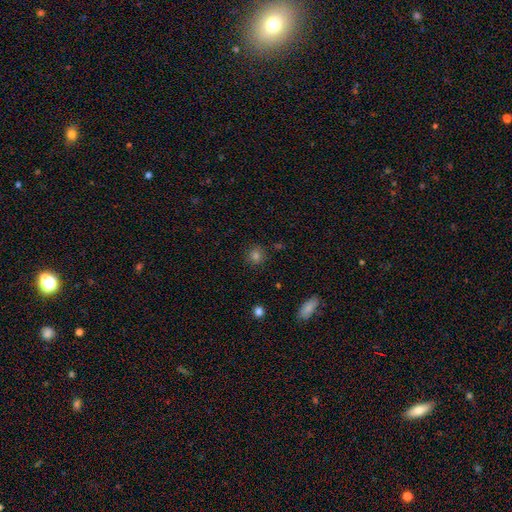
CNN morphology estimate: A smooth galaxy with no disk features (78%) that is round (89%). Merging: none (87%).